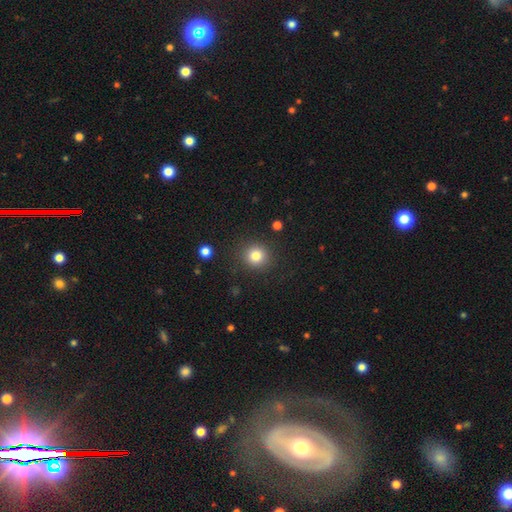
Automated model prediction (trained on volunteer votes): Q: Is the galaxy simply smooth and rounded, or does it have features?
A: smooth — 83%.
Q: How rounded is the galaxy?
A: round — 90%.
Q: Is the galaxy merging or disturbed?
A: none — 89%.